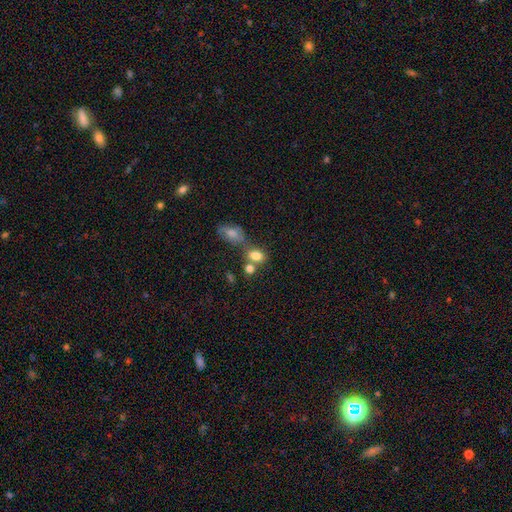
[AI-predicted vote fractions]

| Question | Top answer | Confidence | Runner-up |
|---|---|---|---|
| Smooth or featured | smooth | 80% | star or artifact (11%) |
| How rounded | in between | 66% | round (32%) |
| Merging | none | 44% | merger (37%) |